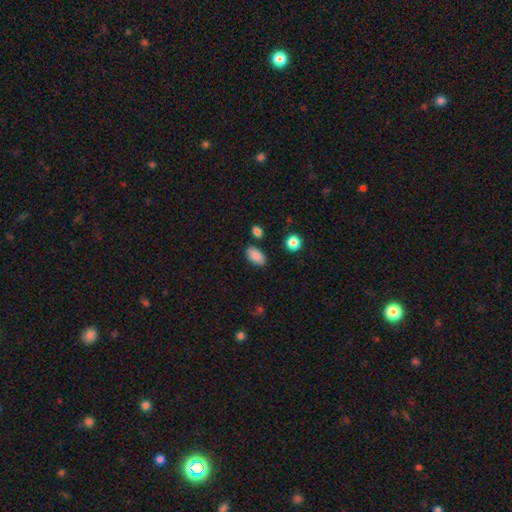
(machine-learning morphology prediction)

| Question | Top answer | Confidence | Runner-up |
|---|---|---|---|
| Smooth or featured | smooth | 87% | star or artifact (9%) |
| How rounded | in between | 92% | round (6%) |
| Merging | none | 82% | minor disturbance (11%) |